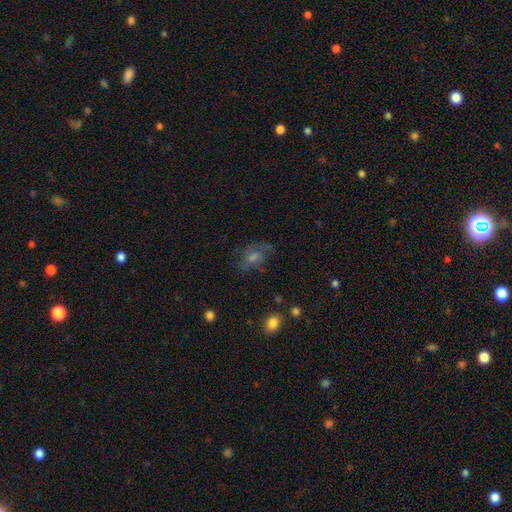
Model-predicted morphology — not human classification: The model was most divided on "smooth or featured": featured or disk: 37%, star or artifact: 32%, smooth: 31%. More confident: merging — none (74%).